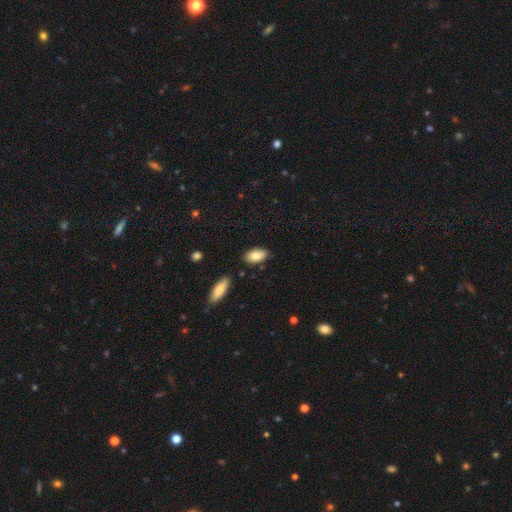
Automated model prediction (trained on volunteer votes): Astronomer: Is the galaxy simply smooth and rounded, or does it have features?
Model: smooth — 80%.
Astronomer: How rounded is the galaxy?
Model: in between — 93%.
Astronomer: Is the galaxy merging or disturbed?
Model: none — 81%.